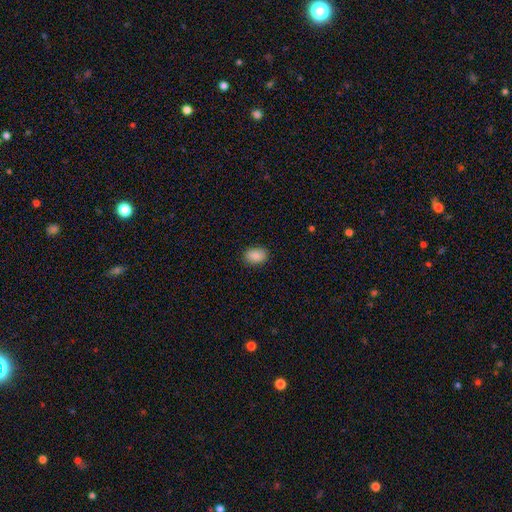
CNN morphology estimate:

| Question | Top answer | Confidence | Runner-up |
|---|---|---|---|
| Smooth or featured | smooth | 88% | star or artifact (7%) |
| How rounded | in between | 81% | round (17%) |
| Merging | none | 88% | minor disturbance (9%) |